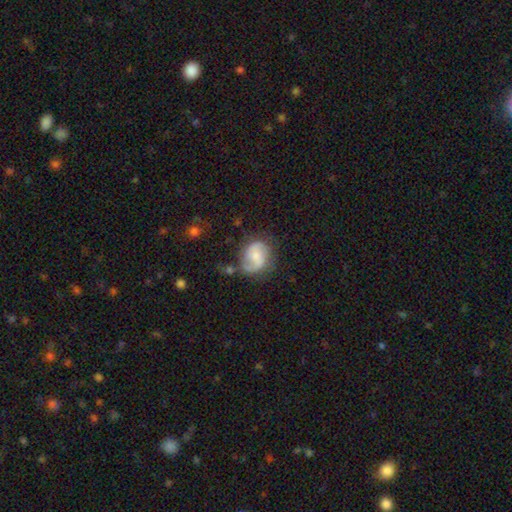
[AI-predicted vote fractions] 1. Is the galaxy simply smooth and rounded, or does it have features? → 64% featured or disk, 29% smooth, 7% star or artifact.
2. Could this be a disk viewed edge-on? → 98% no, 2% yes.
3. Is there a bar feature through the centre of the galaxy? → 50% no, 41% weak, 9% strong.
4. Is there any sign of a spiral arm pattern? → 89% yes, 11% no.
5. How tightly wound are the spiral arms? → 45% medium, 34% loose, 21% tight.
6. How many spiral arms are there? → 78% 2, 9% 1, 9% can't tell, 2% 3, 1% 4, 1% more than 4.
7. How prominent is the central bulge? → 42% small (tied), 42% moderate (tied), 9% none, 5% large, 1% dominant.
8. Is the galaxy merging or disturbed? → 56% none, 25% minor disturbance, 13% major disturbance, 6% merger.